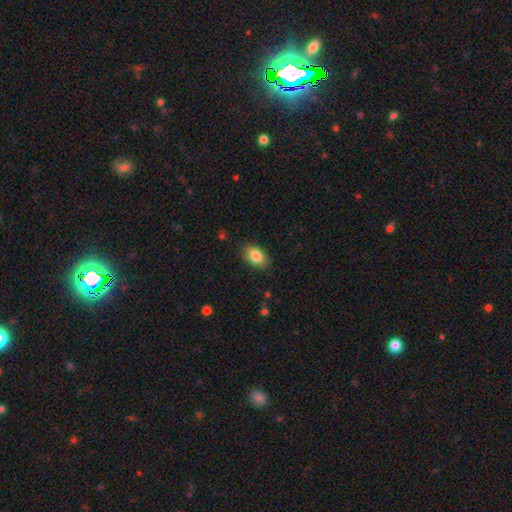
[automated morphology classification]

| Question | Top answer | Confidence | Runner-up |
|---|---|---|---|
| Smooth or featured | smooth | 86% | featured or disk (7%) |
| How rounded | in between | 90% | round (8%) |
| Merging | none | 85% | minor disturbance (11%) |